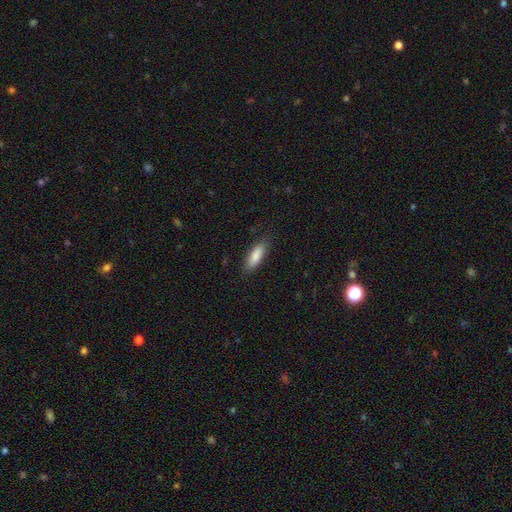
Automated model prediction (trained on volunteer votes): Overall: smooth (85%). How rounded: in between (58%; cigar-shaped 41%). Merging: none (83%).